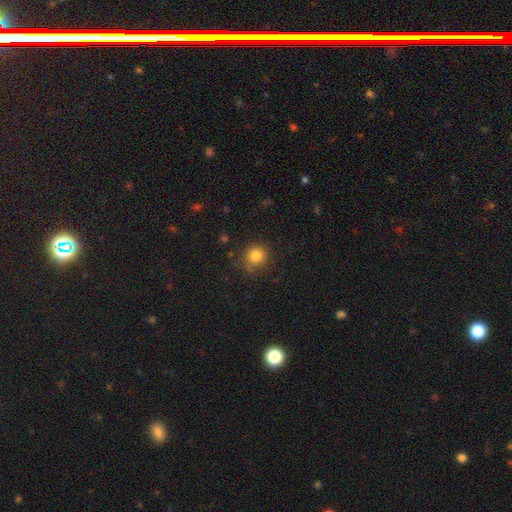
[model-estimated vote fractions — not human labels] Smooth or featured? Predicted: smooth (p=0.81). How rounded? Predicted: round (p=0.90). Merging? Predicted: none (p=0.78).